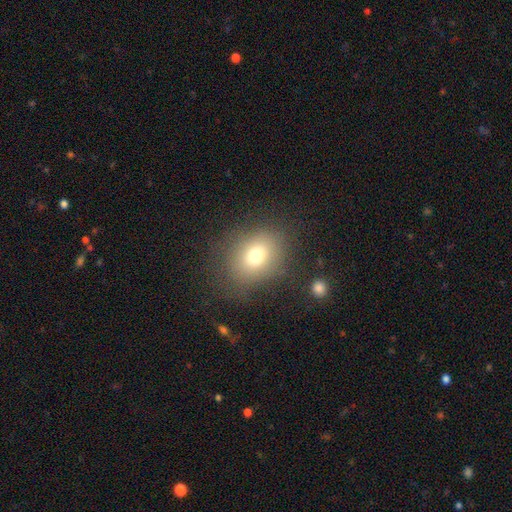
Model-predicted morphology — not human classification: A smooth galaxy with no disk features (73%) that is round (52%). Merging: none (78%).